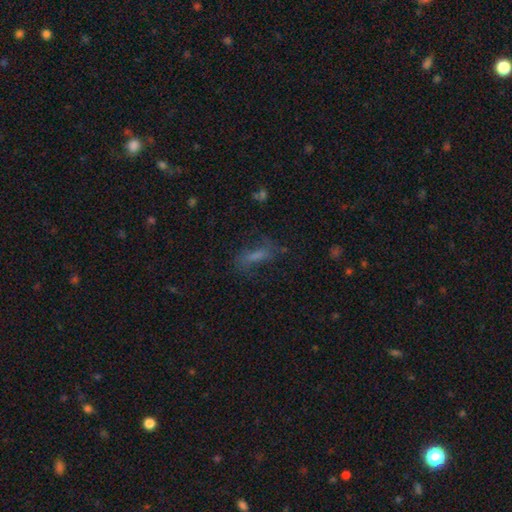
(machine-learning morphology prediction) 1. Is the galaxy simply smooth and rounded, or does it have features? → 49% smooth, 30% featured or disk, 21% star or artifact.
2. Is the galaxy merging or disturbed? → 56% none, 21% major disturbance, 21% minor disturbance, 3% merger.